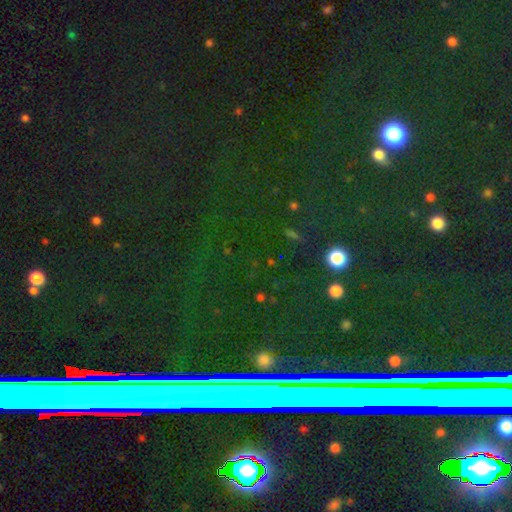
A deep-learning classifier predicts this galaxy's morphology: Smooth or featured? Predicted: star or artifact (p=0.77).